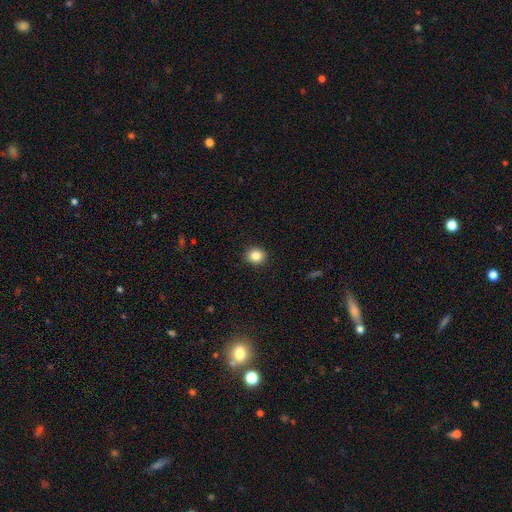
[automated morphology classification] Overall: smooth (84%). How rounded: round (80%). Merging: none (92%).